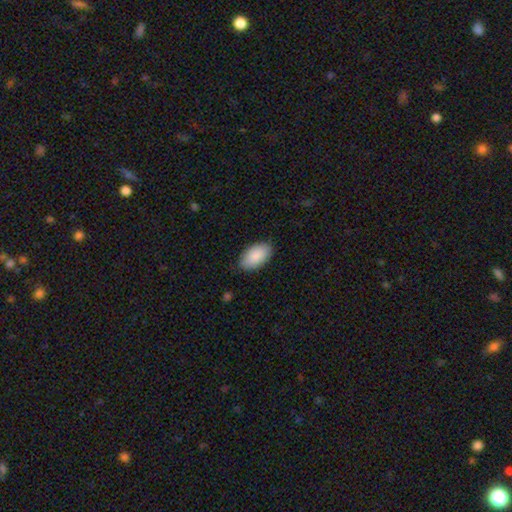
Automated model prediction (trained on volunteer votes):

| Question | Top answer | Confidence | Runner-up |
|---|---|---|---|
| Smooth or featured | smooth | 89% | star or artifact (6%) |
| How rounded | in between | 96% | round (3%) |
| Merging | none | 84% | minor disturbance (12%) |